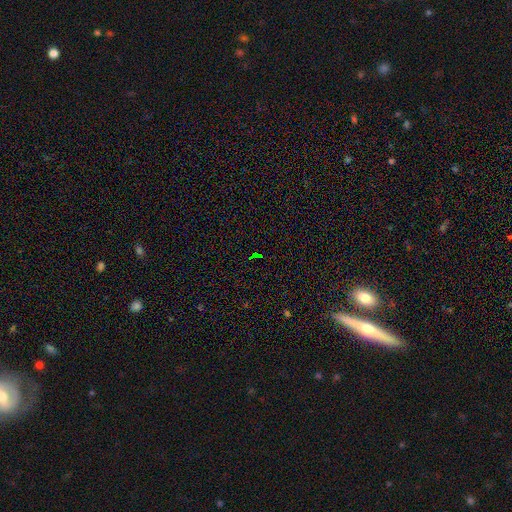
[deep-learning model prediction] star or artifact 74%, smooth 17%, featured or disk 10%.